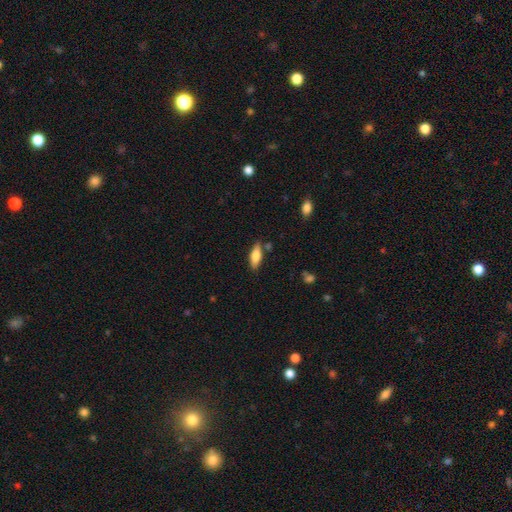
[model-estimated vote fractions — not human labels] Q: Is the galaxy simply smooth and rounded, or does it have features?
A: smooth — 71%.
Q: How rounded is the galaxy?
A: in between — 69%.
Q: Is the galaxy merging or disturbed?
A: none — 78%.